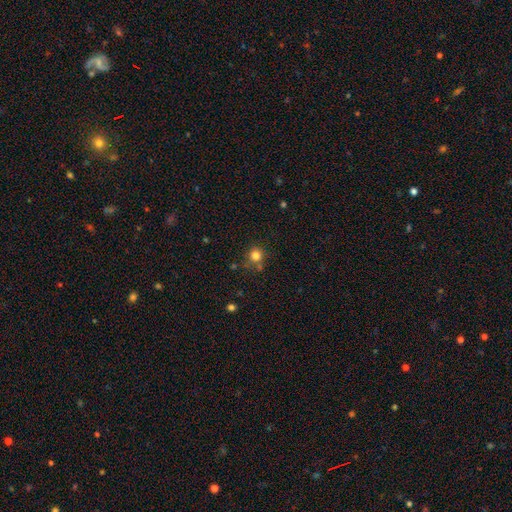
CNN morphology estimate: Smooth or featured? smooth (80%)
How rounded? round (91%)
Merging? none (74%)